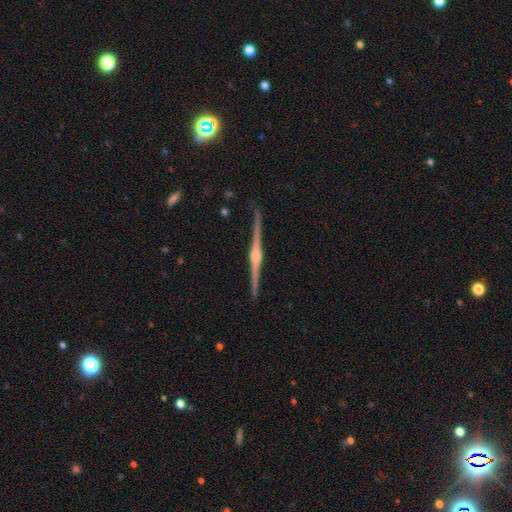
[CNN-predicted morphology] A featured or disk galaxy (90%) viewed edge-on (99%) with a rounded central bulge (88%).

Vote fractions:
- Smooth or featured? featured or disk: 90% / smooth: 5% / star or artifact: 5%
- Edge-on disk? yes: 99% / no: 1%
- Edge-on bulge? rounded: 88% / boxy: 8% / none: 4%
- Merging? none: 91% / minor disturbance: 6% / major disturbance: 1% / merger: 1%